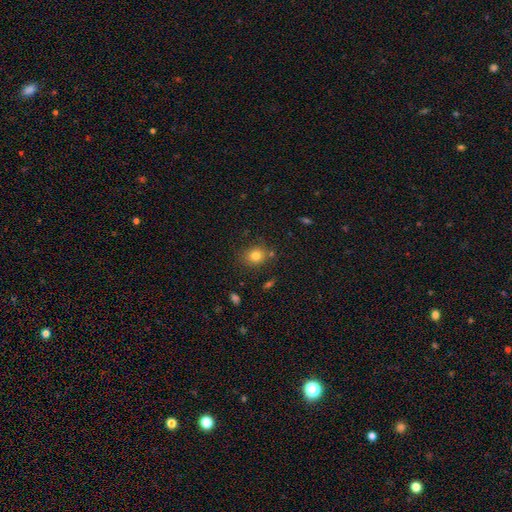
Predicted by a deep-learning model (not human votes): smooth-or-featured: smooth: 79% | star or artifact: 12% | featured or disk: 8%
  how-rounded: round: 66% | in between: 33% | cigar-shaped: 1%
  merging: none: 79% | minor disturbance: 12% | merger: 6% | major disturbance: 3%